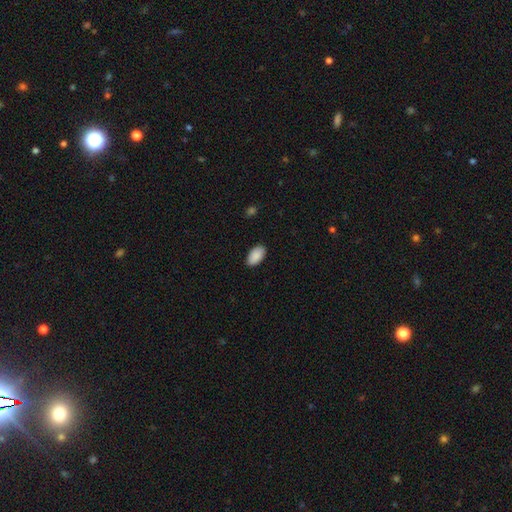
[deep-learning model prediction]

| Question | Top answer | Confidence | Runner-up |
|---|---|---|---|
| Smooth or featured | smooth | 91% | star or artifact (6%) |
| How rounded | in between | 95% | round (3%) |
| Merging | none | 88% | minor disturbance (9%) |